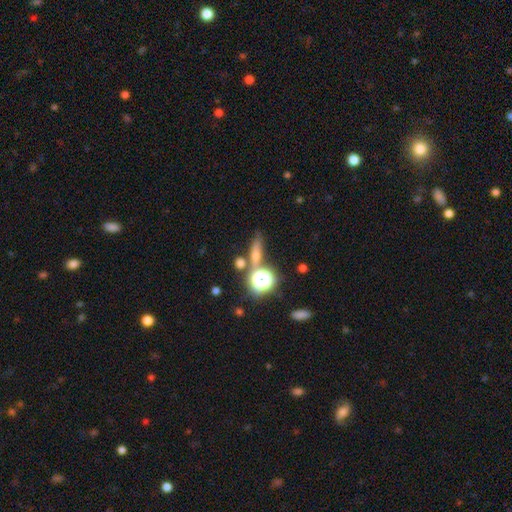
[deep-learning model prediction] This is possibly a smooth galaxy (55%). How rounded: marginally cigar-shaped (44%). Merging: likely none (67%).